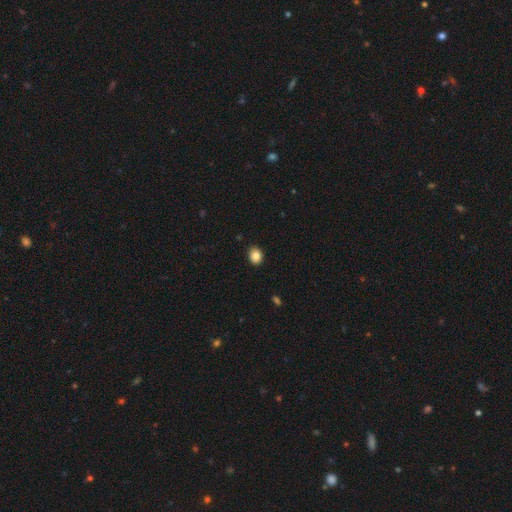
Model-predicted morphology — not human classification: smooth_or_featured: smooth (p=0.86) [alt: star or artifact p=0.09]
how_rounded: round (p=0.53) [alt: in between p=0.46]
merging: none (p=0.89) [alt: minor disturbance p=0.08]